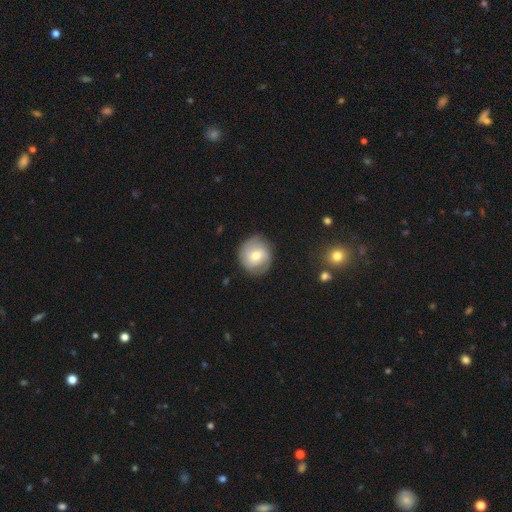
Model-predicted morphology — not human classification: featured or disk 52%, smooth 40%, star or artifact 7%. Down the decision tree: edge-on disk — no (97%); bar — no (58%); spiral arms — yes (79%); bulge size — moderate (66%); merging — none (79%).